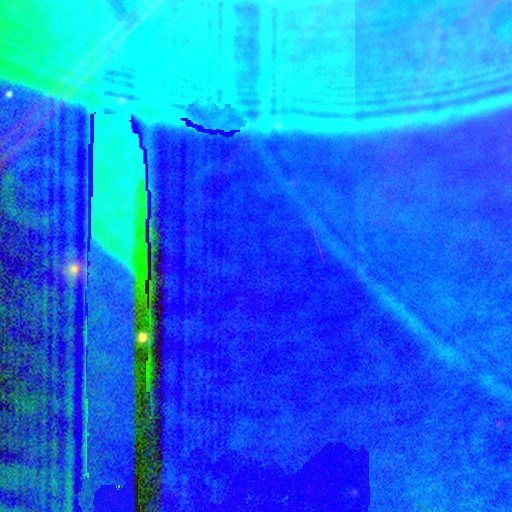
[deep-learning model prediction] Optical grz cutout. It shows a star or artifact, not a galaxy (87%).